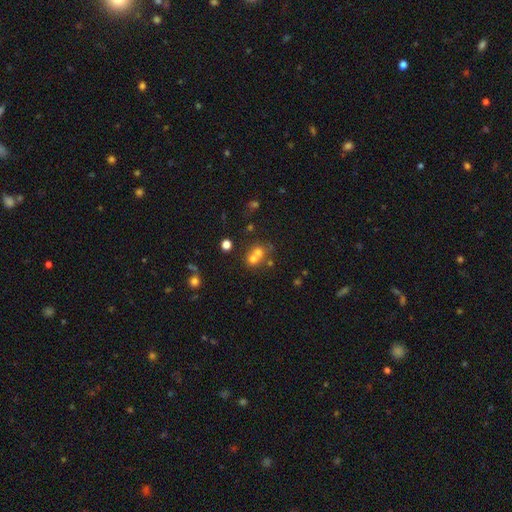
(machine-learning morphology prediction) smooth-or-featured: smooth: 63% | featured or disk: 20% | star or artifact: 17%
  how-rounded: round: 80% | in between: 19% | cigar-shaped: 1%
  merging: merger: 57% | none: 34% | minor disturbance: 6% | major disturbance: 3%